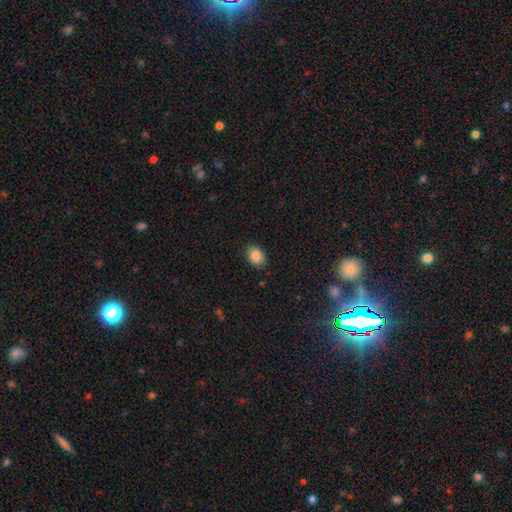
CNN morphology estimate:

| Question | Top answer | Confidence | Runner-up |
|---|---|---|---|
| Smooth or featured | smooth | 87% | star or artifact (8%) |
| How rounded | in between | 78% | round (21%) |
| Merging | none | 84% | minor disturbance (12%) |